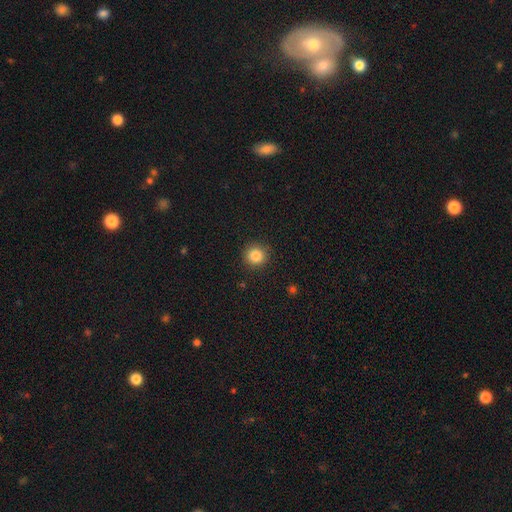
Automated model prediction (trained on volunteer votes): Smooth or featured? Predicted: smooth (p=0.84). How rounded? Predicted: round (p=0.93). Merging? Predicted: none (p=0.91).